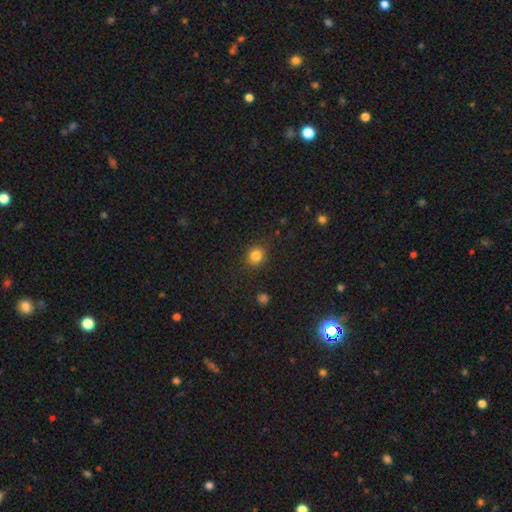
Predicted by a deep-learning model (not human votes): smooth_or_featured: smooth (p=0.83) [alt: star or artifact p=0.12]
how_rounded: round (p=0.80) [alt: in between p=0.19]
merging: none (p=0.86) [alt: minor disturbance p=0.09]